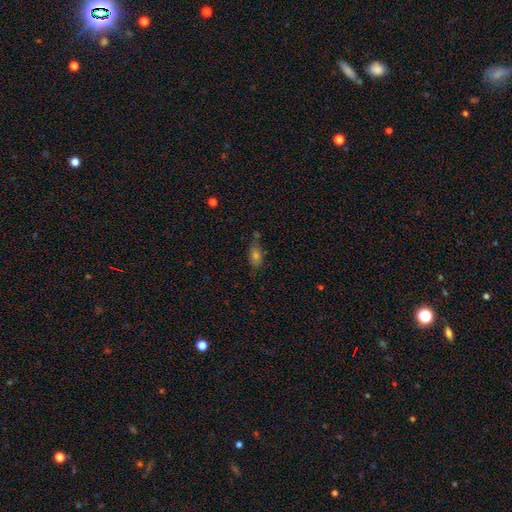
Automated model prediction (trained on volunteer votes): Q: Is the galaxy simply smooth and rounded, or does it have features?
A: smooth — 62%.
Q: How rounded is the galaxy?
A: in between — 76%.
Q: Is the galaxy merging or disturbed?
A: none — 67%.